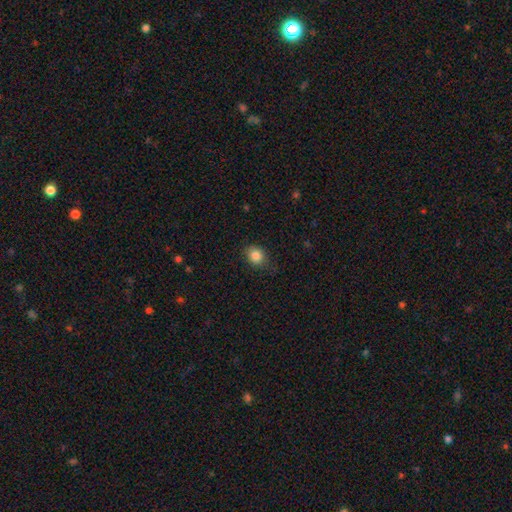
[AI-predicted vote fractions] The model was most divided on "how rounded": round: 61%, in between: 38%, cigar-shaped: 1%. More confident: smooth or featured — smooth (85%); merging — none (80%).